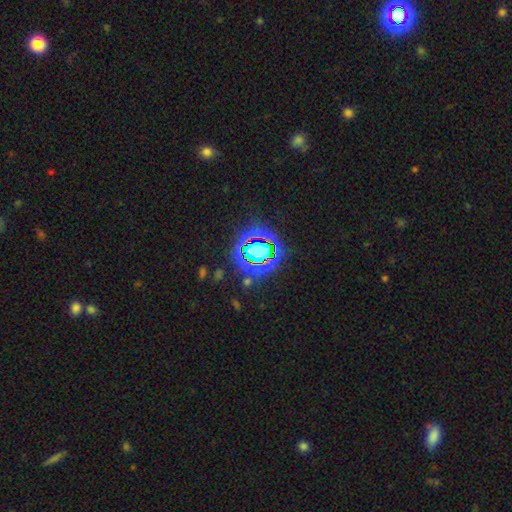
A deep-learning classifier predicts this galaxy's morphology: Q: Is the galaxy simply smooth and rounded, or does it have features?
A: star or artifact — 73%.